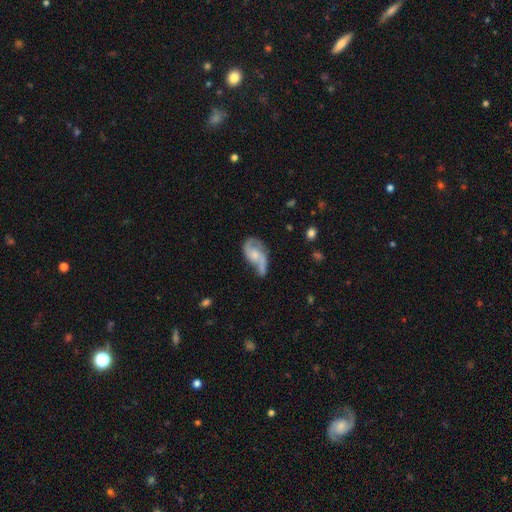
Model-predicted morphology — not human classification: smooth-or-featured: featured or disk: 76% | smooth: 18% | star or artifact: 6%
  disk-edge-on: no: 96% | yes: 4%
    bar: no: 61% | weak: 32% | strong: 6%
    has-spiral-arms: yes: 91% | no: 9%
      spiral-winding: loose: 49% | medium: 39% | tight: 12%
      spiral-arm-count: 2: 83% | 1: 6% | can't tell: 6% | 3: 3% | 4: 1% | more than 4: 1%
    bulge-size: small: 45% | moderate: 37% | none: 13% | large: 4% | dominant: 1%
  merging: none: 40% | minor disturbance: 30% | major disturbance: 22% | merger: 9%